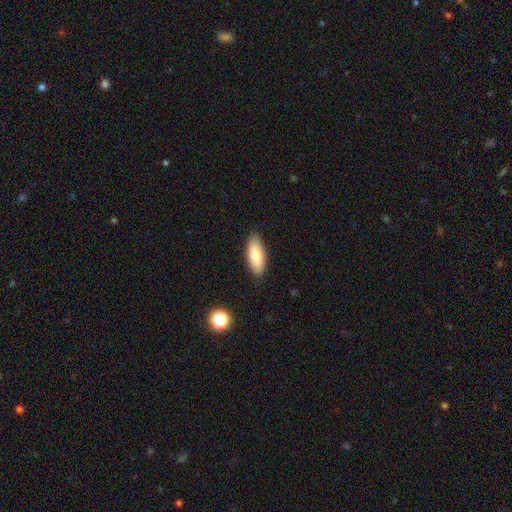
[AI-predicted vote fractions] The model was most divided on "how rounded": in between: 78%, cigar-shaped: 20%, round: 2%. More confident: merging — none (88%); smooth or featured — smooth (80%).